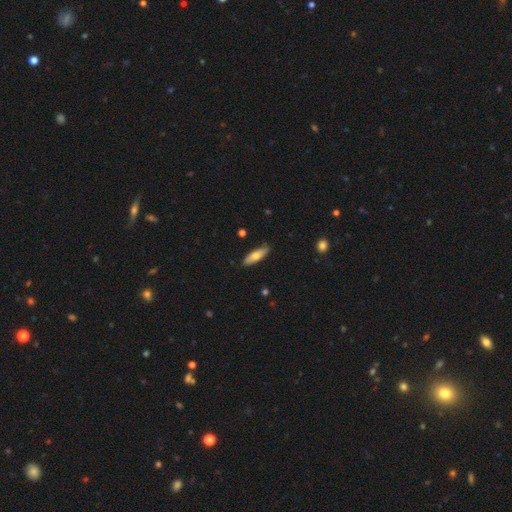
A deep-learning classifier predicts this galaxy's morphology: smooth 69%, featured or disk 25%, star or artifact 6%. Down the decision tree: how rounded — cigar-shaped (54%); merging — none (86%).